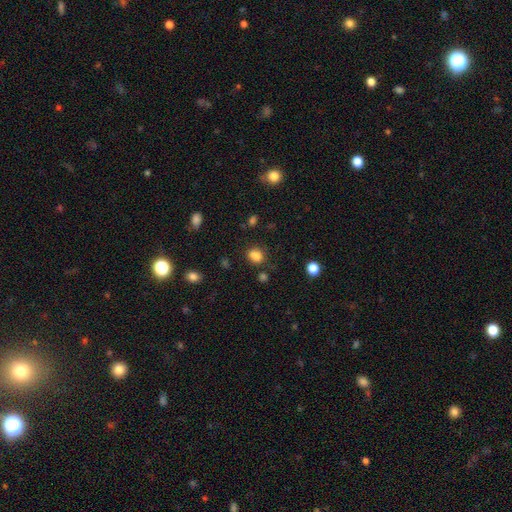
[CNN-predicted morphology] A smooth galaxy with no disk features (81%) that is round (51%).

Vote fractions:
- Smooth or featured? smooth: 81% / star or artifact: 13% / featured or disk: 5%
- How rounded? round: 51% / in between: 48% / cigar-shaped: 1%
- Merging? none: 68% / minor disturbance: 18% / merger: 8% / major disturbance: 6%